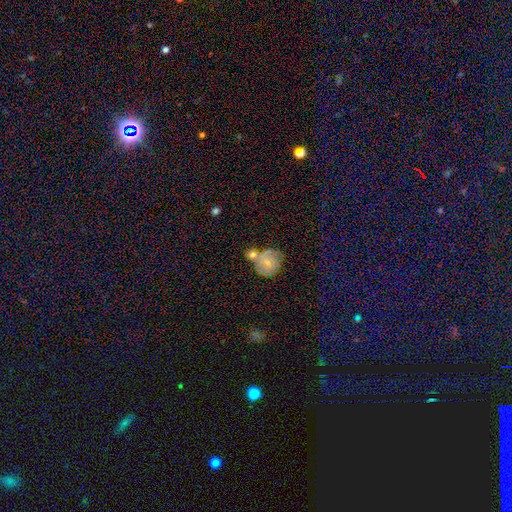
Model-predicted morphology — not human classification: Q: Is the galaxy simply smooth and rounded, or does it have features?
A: smooth — 59%.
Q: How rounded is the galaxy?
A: round — 75%.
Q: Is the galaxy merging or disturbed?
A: none — 39%.